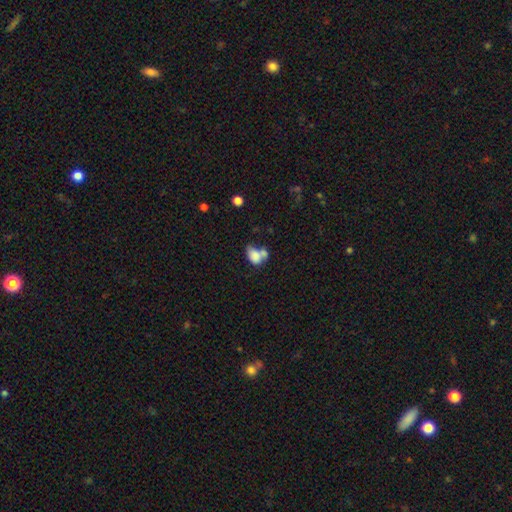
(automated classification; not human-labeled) A smooth galaxy with no disk features (77%) that is in between round and cigar-shaped (82%). Merging: merger (52%).